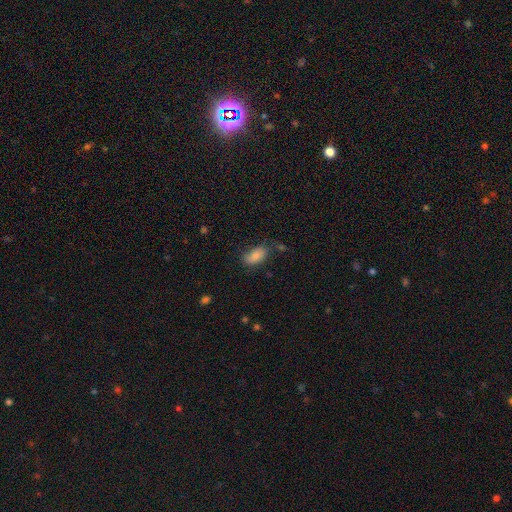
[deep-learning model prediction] smooth_or_featured: smooth (p=0.80) [alt: featured or disk p=0.12]
how_rounded: in between (p=0.92) [alt: round p=0.05]
merging: none (p=0.65) [alt: minor disturbance p=0.25]